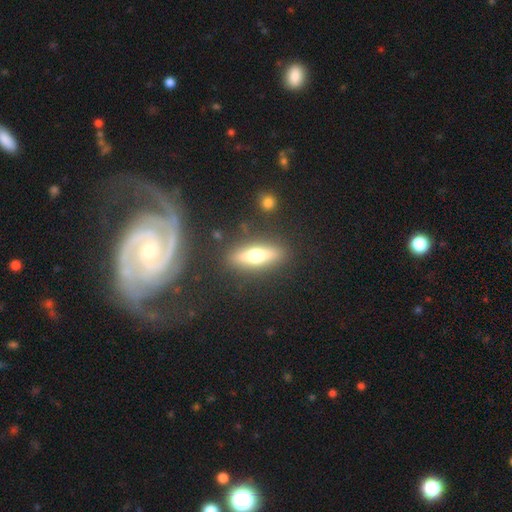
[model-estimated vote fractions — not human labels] Smooth or featured?
  - smooth: 51% *
  - featured or disk: 41%
  - star or artifact: 8%
How rounded?
  - cigar-shaped: 52% *
  - in between: 44%
  - round: 4%
Merging?
  - none: 85% *
  - minor disturbance: 9%
  - major disturbance: 3%
  - merger: 2%